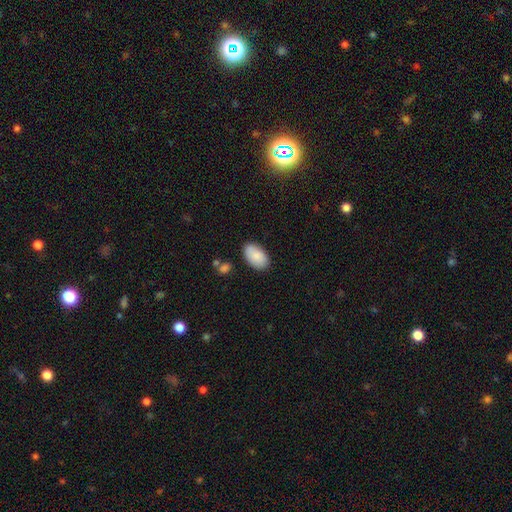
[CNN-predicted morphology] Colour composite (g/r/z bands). It shows a smooth galaxy with no disk features (88%) that is in between round and cigar-shaped (94%). Merging: none (82%).